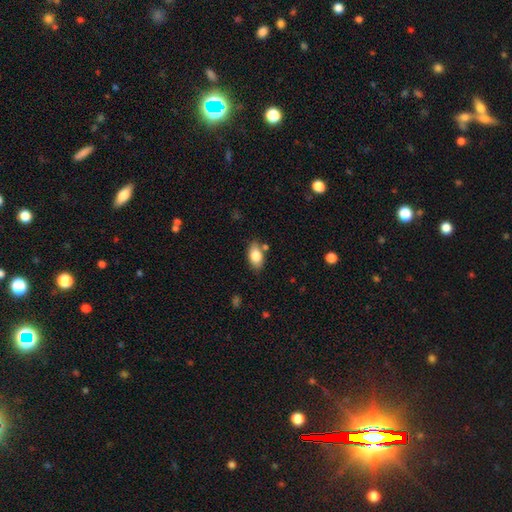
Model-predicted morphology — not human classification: This is clearly a smooth galaxy (80%). How rounded: clearly in between (91%). Merging: likely none (76%).